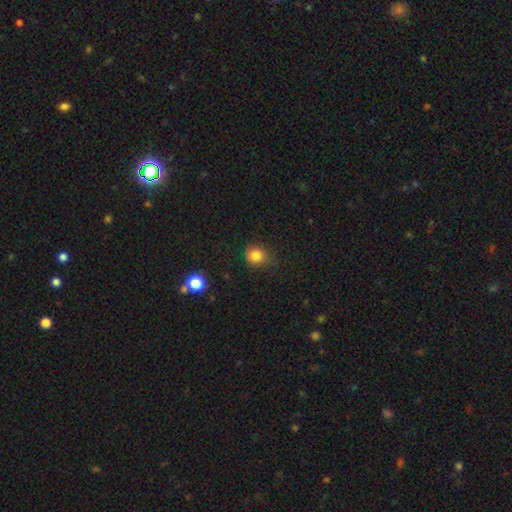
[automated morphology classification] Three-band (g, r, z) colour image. It shows a smooth galaxy with no disk features (83%) that is round (85%). Merging: none (77%).